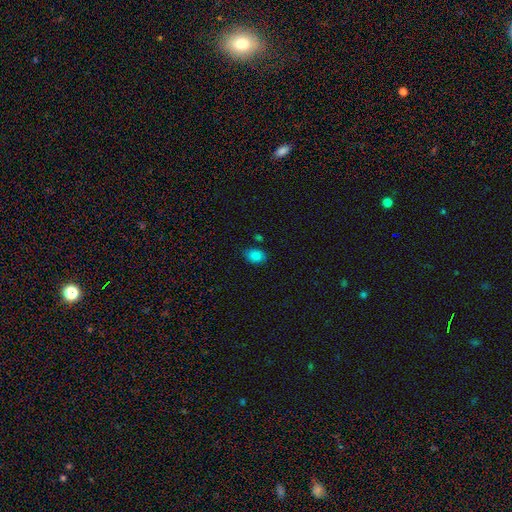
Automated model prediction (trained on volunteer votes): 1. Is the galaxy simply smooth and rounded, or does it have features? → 84% smooth, 10% star or artifact, 6% featured or disk.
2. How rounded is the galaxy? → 81% in between, 18% round, 1% cigar-shaped.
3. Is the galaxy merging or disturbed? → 78% none, 16% minor disturbance, 4% merger, 3% major disturbance.